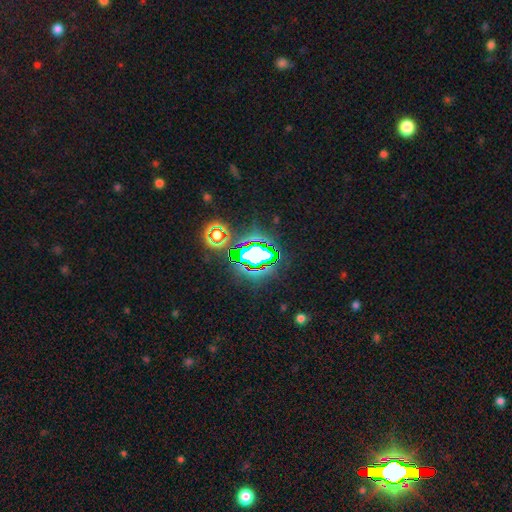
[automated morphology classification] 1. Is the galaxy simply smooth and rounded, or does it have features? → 67% star or artifact, 18% smooth, 14% featured or disk.